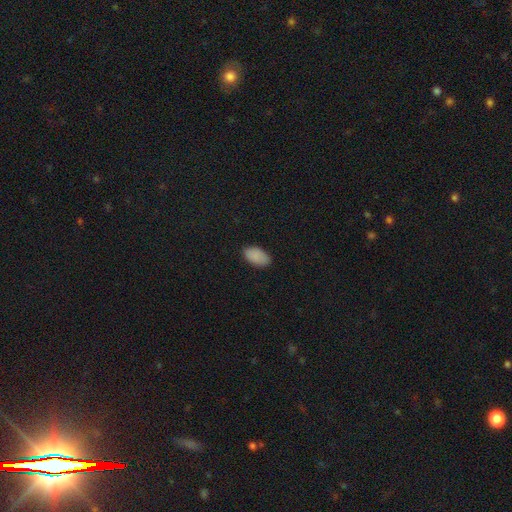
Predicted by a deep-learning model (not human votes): This appears to be a smooth galaxy with no disk features (88%) that is in between round and cigar-shaped (95%). Merging: none (85%).